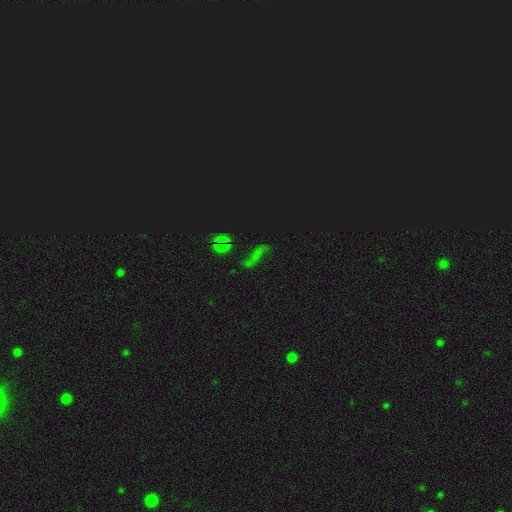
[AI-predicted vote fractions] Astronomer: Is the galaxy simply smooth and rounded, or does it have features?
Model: star or artifact — 42% (runner-up: smooth, 30%).